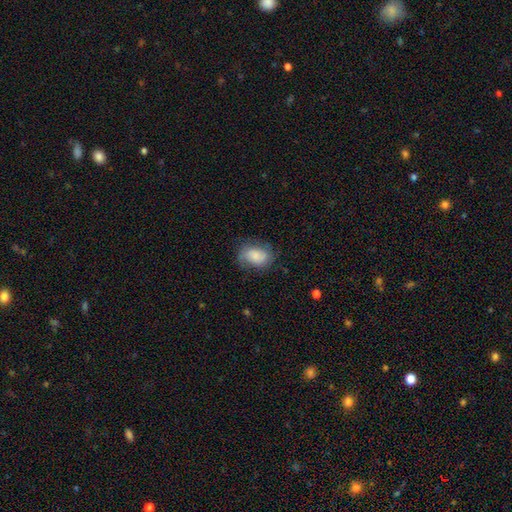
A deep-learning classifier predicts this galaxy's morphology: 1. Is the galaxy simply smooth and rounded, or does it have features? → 59% smooth, 32% featured or disk, 8% star or artifact.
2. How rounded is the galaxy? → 74% in between, 25% round, 1% cigar-shaped.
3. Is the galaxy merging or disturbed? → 61% none, 25% minor disturbance, 12% major disturbance, 1% merger.